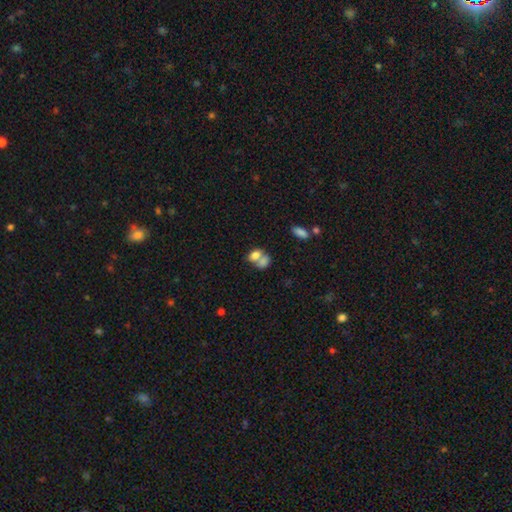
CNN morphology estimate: smooth_or_featured: smooth (p=0.73) [alt: featured or disk p=0.16]
how_rounded: in between (p=0.73) [alt: round p=0.25]
merging: merger (p=0.63) [alt: none p=0.25]